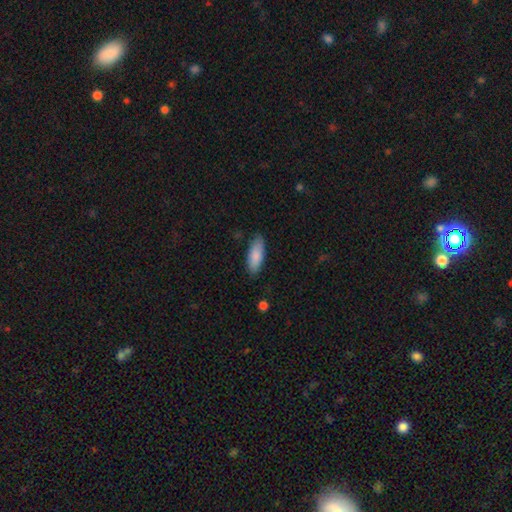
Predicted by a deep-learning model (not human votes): smooth-or-featured: smooth: 85% | featured or disk: 9% | star or artifact: 6%
  how-rounded: in between: 72% | cigar-shaped: 26% | round: 2%
  merging: none: 84% | minor disturbance: 12% | major disturbance: 2% | merger: 1%